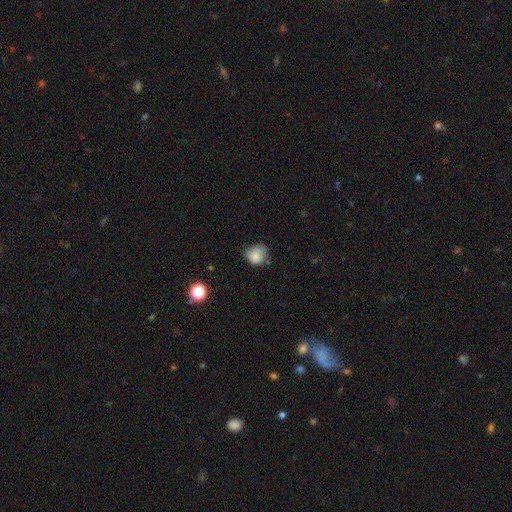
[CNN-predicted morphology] smooth 82%, star or artifact 10%, featured or disk 8%. Down the decision tree: how rounded — round (73%); merging — none (54%).